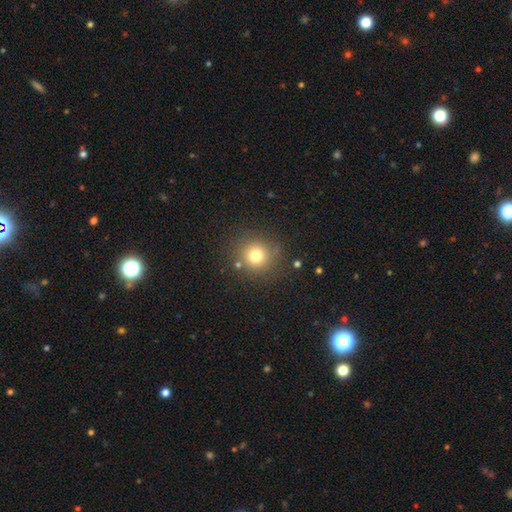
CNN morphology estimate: smooth 75%, star or artifact 16%, featured or disk 10%. Down the decision tree: how rounded — round (92%); merging — none (84%).